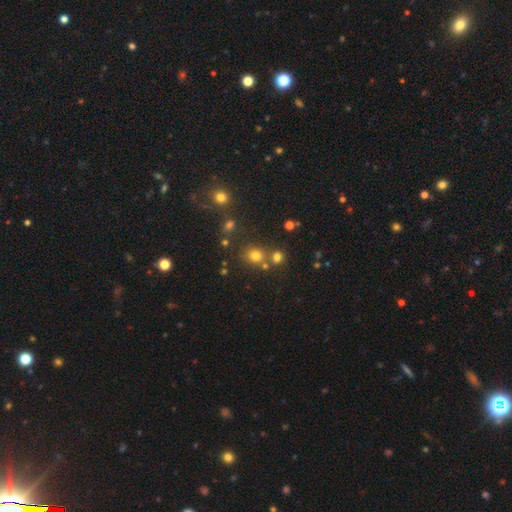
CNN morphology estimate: Overall: smooth (72%). How rounded: round (76%). Merging: none (67%).